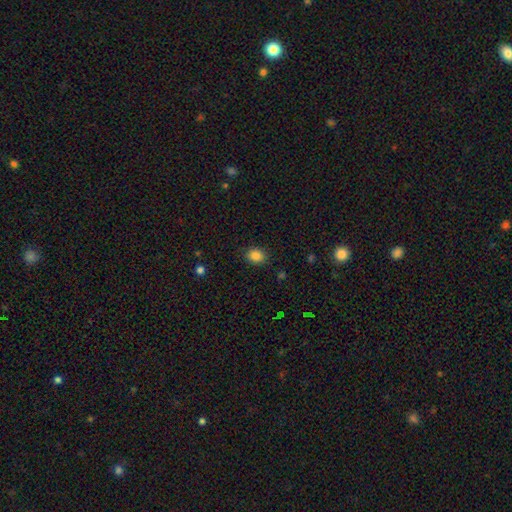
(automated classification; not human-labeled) This appears to be a smooth galaxy with no disk features (85%) that is round (55%). Merging: none (87%).